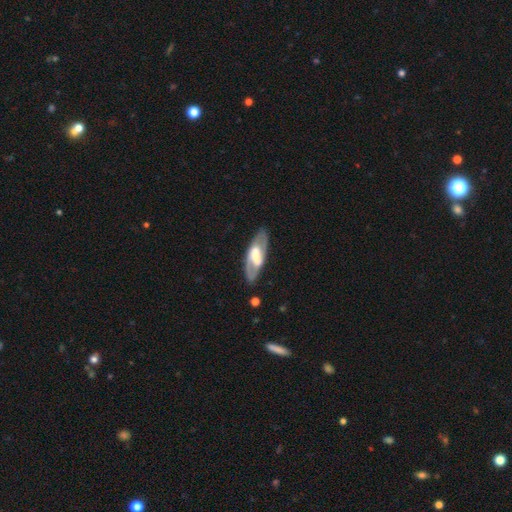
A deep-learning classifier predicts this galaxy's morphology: featured or disk 68%, smooth 27%, star or artifact 6%. Down the decision tree: edge-on disk — no (78%); bar — strong (55%); spiral arms — yes (55%); bulge size — large (37%); merging — none (79%).